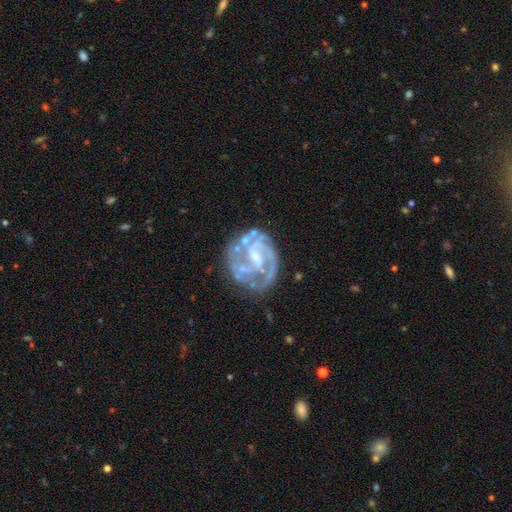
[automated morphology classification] Smooth or featured? Predicted: featured or disk (p=0.88). Edge-on disk? Predicted: no (p=0.98). Bar? Predicted: weak (p=0.48). Spiral arms? Predicted: yes (p=0.92). Spiral winding? Predicted: tight (p=0.52). Spiral arm count? Predicted: 2 (p=0.42). Bulge size? Predicted: small (p=0.44). Merging? Predicted: none (p=0.62).